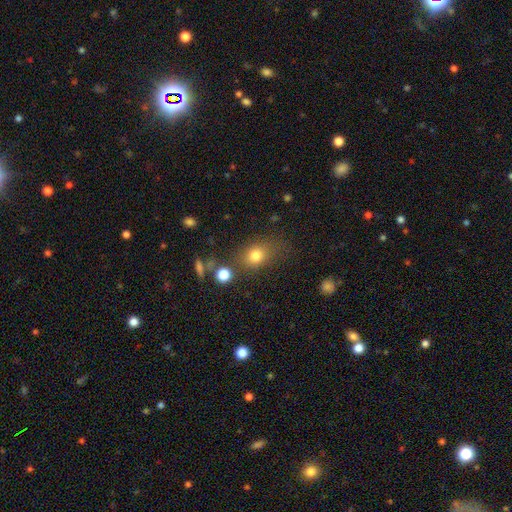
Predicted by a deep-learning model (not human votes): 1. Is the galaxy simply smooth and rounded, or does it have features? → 77% smooth, 14% star or artifact, 9% featured or disk.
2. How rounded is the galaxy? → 52% round, 46% in between, 2% cigar-shaped.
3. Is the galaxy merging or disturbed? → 66% none, 18% minor disturbance, 9% major disturbance, 7% merger.